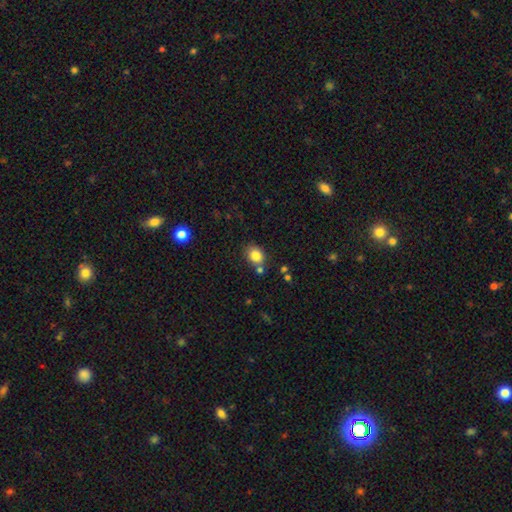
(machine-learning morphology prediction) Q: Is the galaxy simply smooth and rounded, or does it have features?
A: smooth — 83%.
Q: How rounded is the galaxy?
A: round — 51%.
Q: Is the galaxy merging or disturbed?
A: none — 70%.